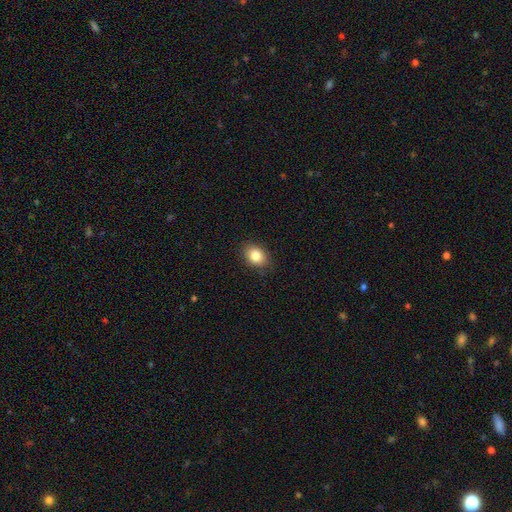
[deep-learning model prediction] smooth_or_featured: smooth (p=0.84) [alt: star or artifact p=0.09]
how_rounded: in between (p=0.60) [alt: round p=0.39]
merging: none (p=0.87) [alt: minor disturbance p=0.10]